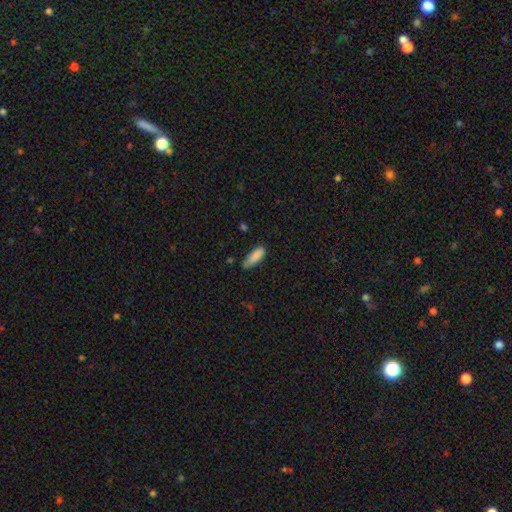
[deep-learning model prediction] This is clearly a smooth galaxy (86%). How rounded: likely in between (66%). Merging: likely none (60%).